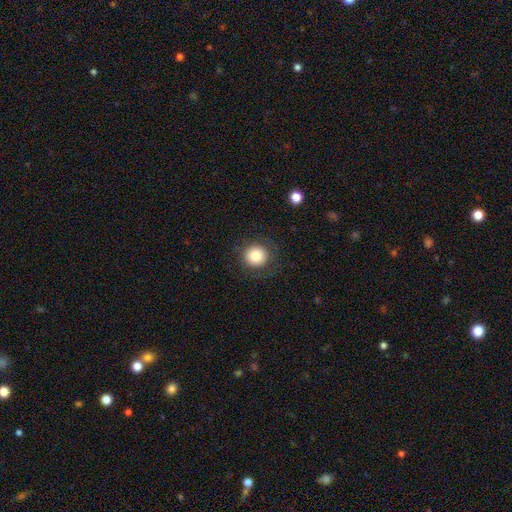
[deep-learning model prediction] The model was most divided on "smooth or featured": smooth: 82%, star or artifact: 10%, featured or disk: 8%. More confident: how rounded — round (94%); merging — none (85%).